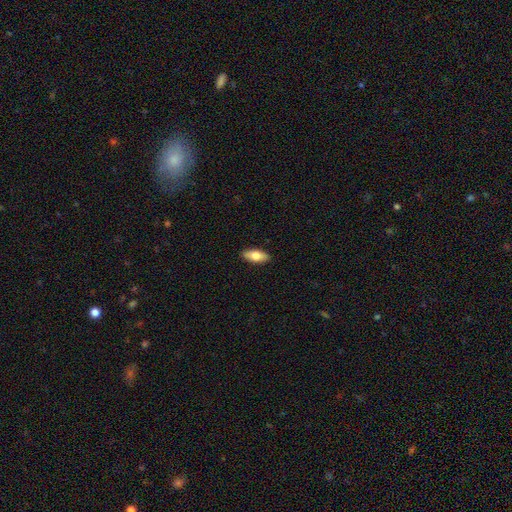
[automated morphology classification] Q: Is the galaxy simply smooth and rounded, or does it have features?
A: smooth — 72%.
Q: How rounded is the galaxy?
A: in between — 82%.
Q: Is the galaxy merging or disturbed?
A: none — 90%.